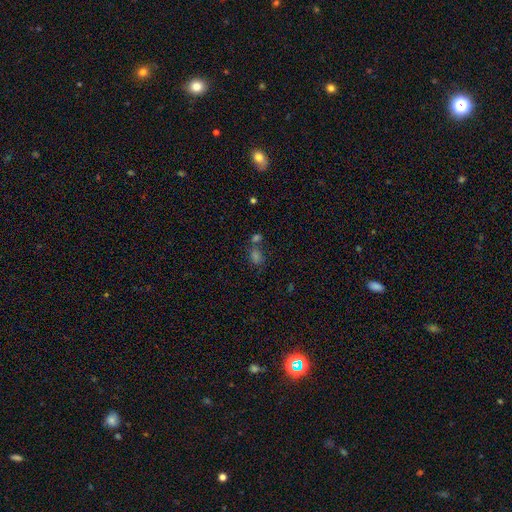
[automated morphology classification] smooth-or-featured: smooth: 54% | star or artifact: 36% | featured or disk: 10%
  how-rounded: in between: 63% | round: 34% | cigar-shaped: 3%
  merging: none: 56% | merger: 26% | minor disturbance: 12% | major disturbance: 6%